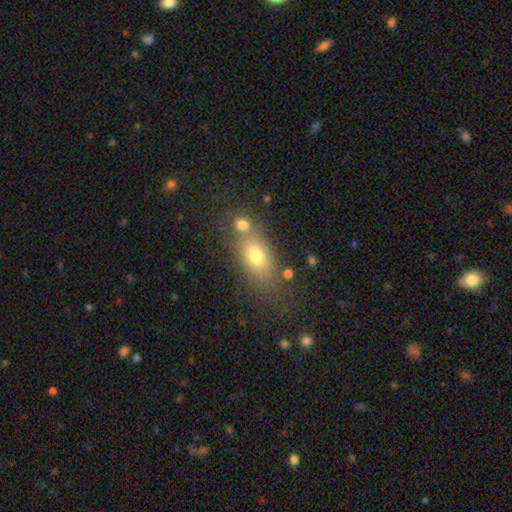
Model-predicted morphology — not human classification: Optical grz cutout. It shows a smooth galaxy with no disk features (71%) that is in between round and cigar-shaped (75%). Merging: none (58%).